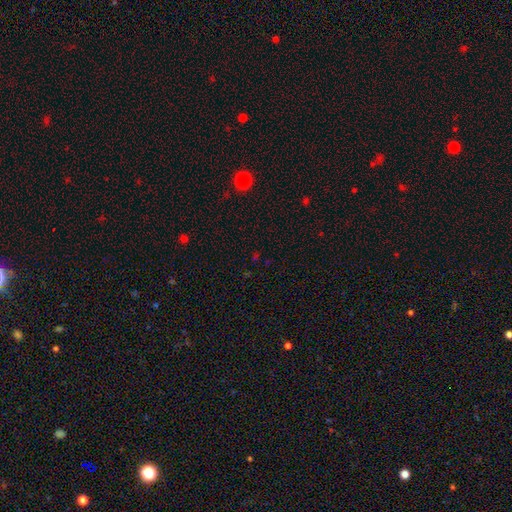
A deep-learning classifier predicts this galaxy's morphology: A star or artifact, not a galaxy (59%).

Vote fractions:
- Smooth or featured? star or artifact: 59% / smooth: 33% / featured or disk: 8%